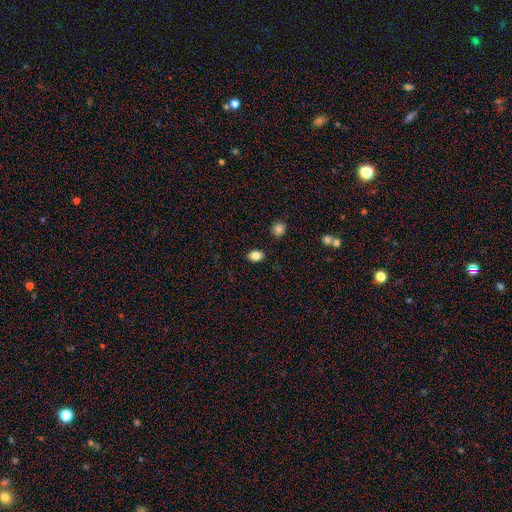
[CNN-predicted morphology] The model was most divided on "how rounded": in between: 77%, round: 22%, cigar-shaped: 1%. More confident: merging — none (88%); smooth or featured — smooth (84%).